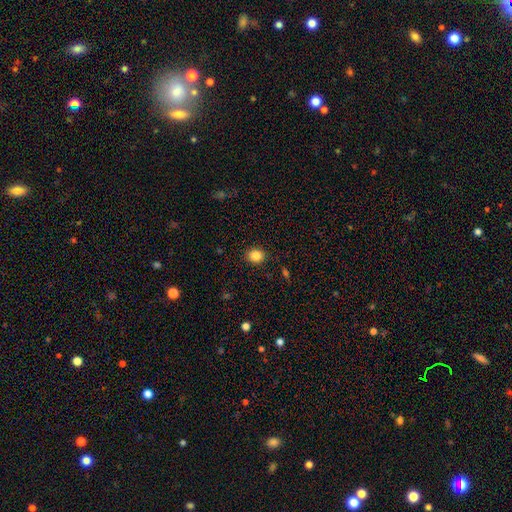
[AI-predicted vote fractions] A smooth galaxy with no disk features (85%) that is round (70%).

Vote fractions:
- Smooth or featured? smooth: 85% / star or artifact: 10% / featured or disk: 5%
- How rounded? round: 70% / in between: 29% / cigar-shaped: 1%
- Merging? none: 90% / minor disturbance: 7% / major disturbance: 2% / merger: 1%